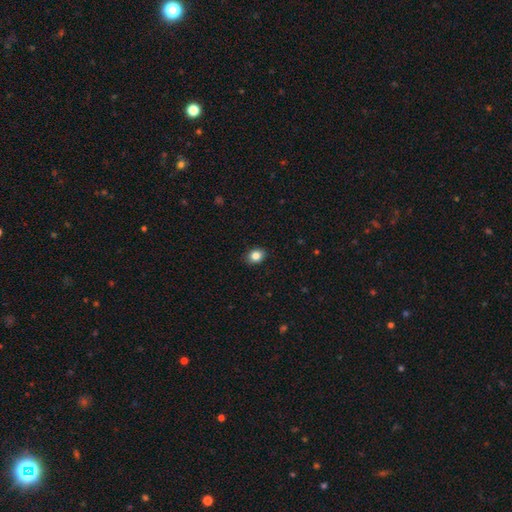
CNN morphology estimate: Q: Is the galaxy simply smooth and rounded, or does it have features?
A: smooth — 84%.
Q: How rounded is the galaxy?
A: in between — 53%.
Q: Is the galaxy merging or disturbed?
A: none — 89%.